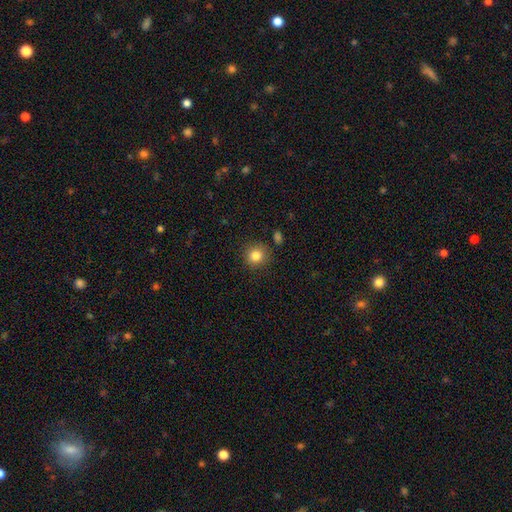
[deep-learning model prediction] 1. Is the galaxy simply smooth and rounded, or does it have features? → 84% smooth, 11% star or artifact, 5% featured or disk.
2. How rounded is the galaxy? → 91% round, 8% in between, 1% cigar-shaped.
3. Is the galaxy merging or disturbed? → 86% none, 9% minor disturbance, 3% merger, 3% major disturbance.